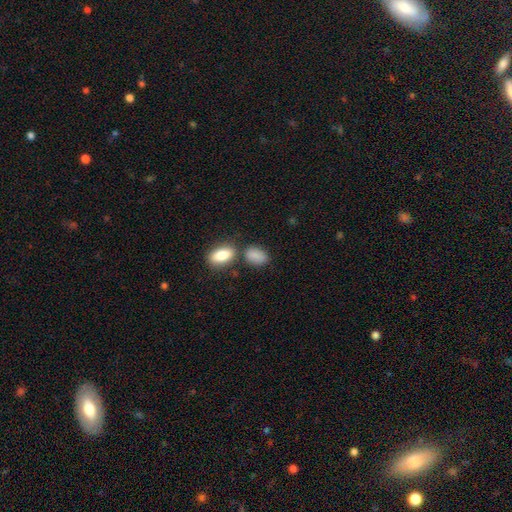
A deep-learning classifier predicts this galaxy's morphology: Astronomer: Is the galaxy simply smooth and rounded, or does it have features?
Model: smooth — 87%.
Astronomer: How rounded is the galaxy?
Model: in between — 85%.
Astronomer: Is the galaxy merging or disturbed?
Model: none — 62%.